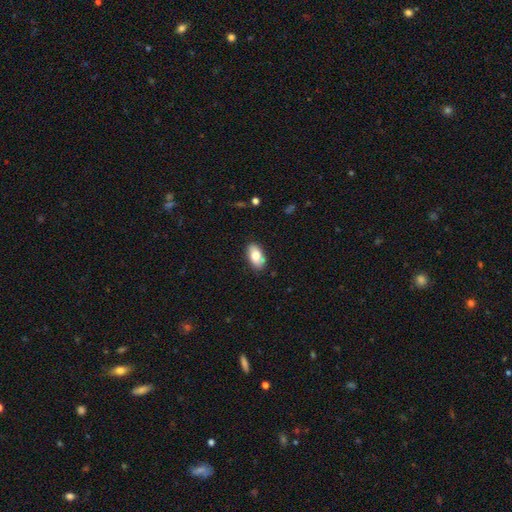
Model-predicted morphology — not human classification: smooth_or_featured: smooth (p=0.77) [alt: featured or disk p=0.16]
how_rounded: in between (p=0.93) [alt: round p=0.04]
merging: none (p=0.84) [alt: minor disturbance p=0.12]